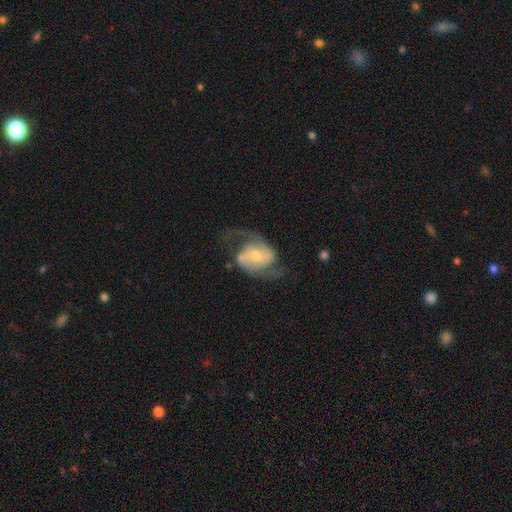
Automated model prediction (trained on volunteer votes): Q: Smooth or featured?
A: featured or disk (81%); runner-up: smooth (14%)
Q: Edge-on disk?
A: no (97%); runner-up: yes (3%)
Q: Bar?
A: no (49%); runner-up: weak (37%)
Q: Spiral arms?
A: yes (93%); runner-up: no (7%)
Q: Spiral winding?
A: loose (49%); runner-up: medium (41%)
Q: Spiral arm count?
A: 2 (90%); runner-up: can't tell (4%)
Q: Bulge size?
A: moderate (54%); runner-up: small (39%)
Q: Merging?
A: none (58%); runner-up: major disturbance (20%)